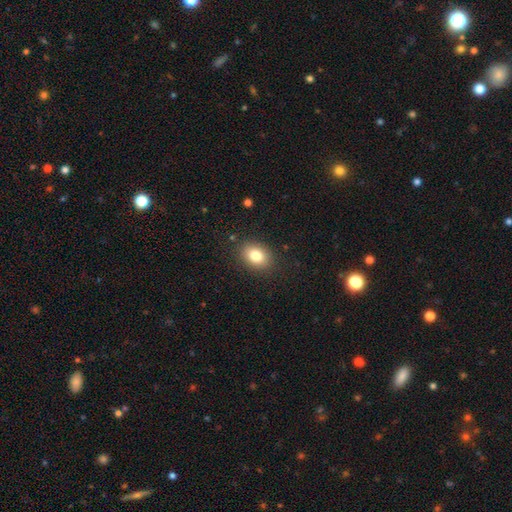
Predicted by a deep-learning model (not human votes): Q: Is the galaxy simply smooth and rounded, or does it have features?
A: smooth — 81%.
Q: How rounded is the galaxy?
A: in between — 70%.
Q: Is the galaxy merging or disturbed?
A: none — 87%.